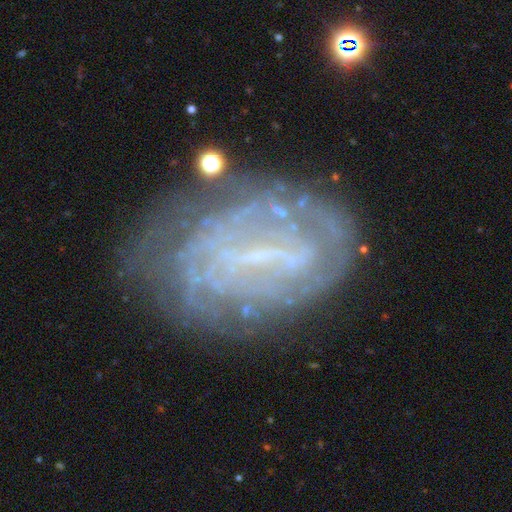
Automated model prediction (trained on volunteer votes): Overall: featured or disk (77%). Edge-on disk: no (96%). Bar: weak (43%; strong 37%). Spiral arms: yes (73%). Spiral arm count: can't tell (61%). Spiral winding: tight (65%). Bulge size: small (54%; none 34%). Merging: none (60%; minor disturbance 23%).